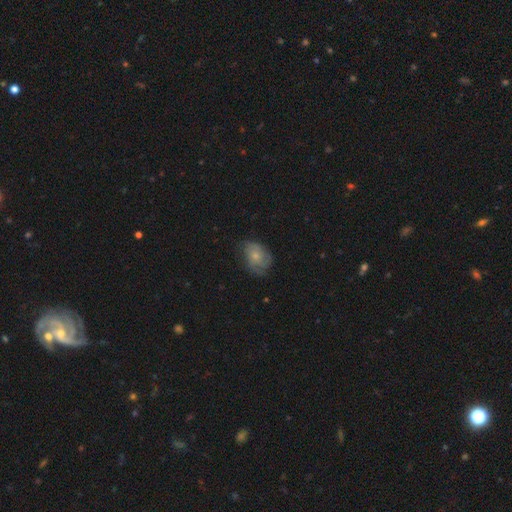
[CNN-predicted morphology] type=smooth (56%); roundness=in between (64%); merging=none (56%).